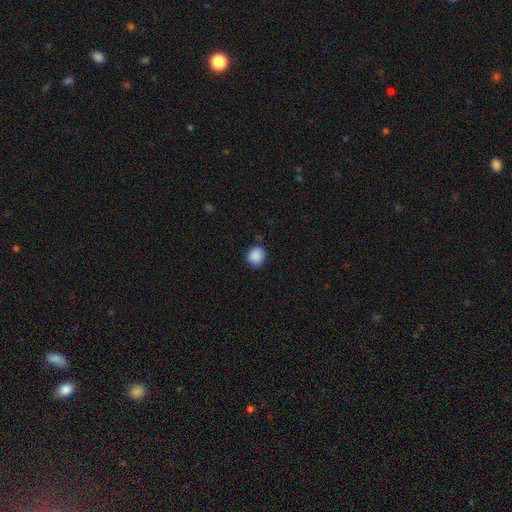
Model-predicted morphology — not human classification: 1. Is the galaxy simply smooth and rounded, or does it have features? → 89% smooth, 9% star or artifact, 3% featured or disk.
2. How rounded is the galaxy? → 81% round, 19% in between, 1% cigar-shaped.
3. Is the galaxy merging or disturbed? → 84% none, 12% minor disturbance, 3% major disturbance, 1% merger.